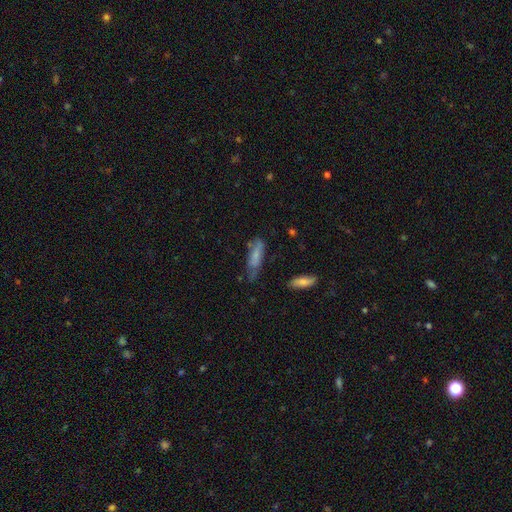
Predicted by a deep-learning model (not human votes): Smooth or featured: smooth — 66% (featured or disk — 27%)
How rounded: cigar-shaped — 54% (in between — 44%)
Merging: none — 52% (minor disturbance — 31%)